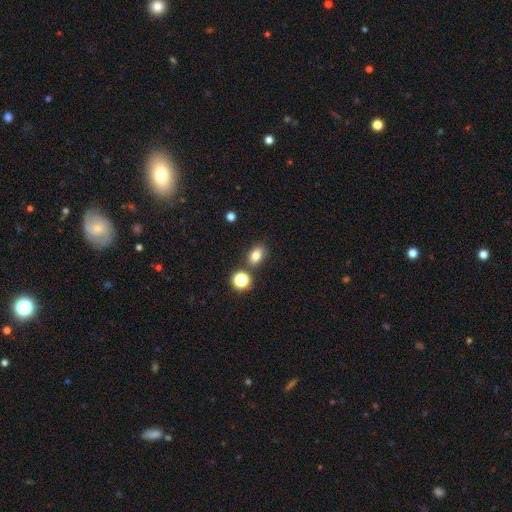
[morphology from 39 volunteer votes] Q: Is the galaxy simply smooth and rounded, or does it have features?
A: smooth — 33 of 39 (85%).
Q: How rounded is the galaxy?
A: in between — 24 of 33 (73%).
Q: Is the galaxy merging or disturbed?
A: none — 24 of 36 (67%).